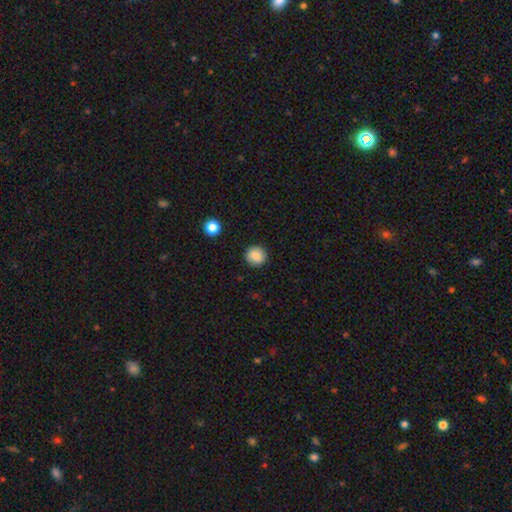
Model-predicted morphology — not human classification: smooth-or-featured: smooth: 84% | star or artifact: 9% | featured or disk: 7%
  how-rounded: round: 93% | in between: 6% | cigar-shaped: 1%
  merging: none: 90% | minor disturbance: 7% | major disturbance: 2% | merger: 1%